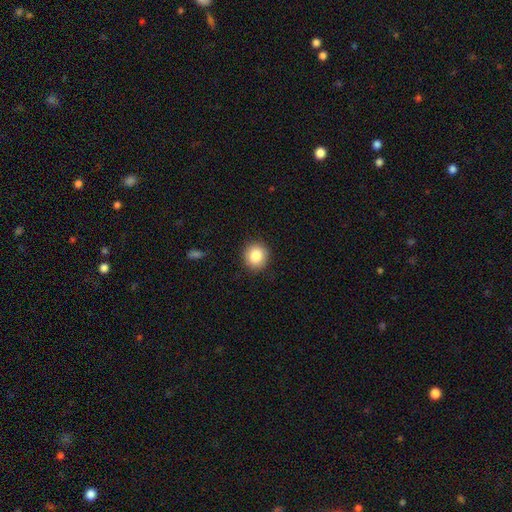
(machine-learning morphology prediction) smooth-or-featured: smooth: 85% | star or artifact: 9% | featured or disk: 7%
  how-rounded: round: 84% | in between: 15% | cigar-shaped: 1%
  merging: none: 89% | minor disturbance: 8% | major disturbance: 2% | merger: 1%